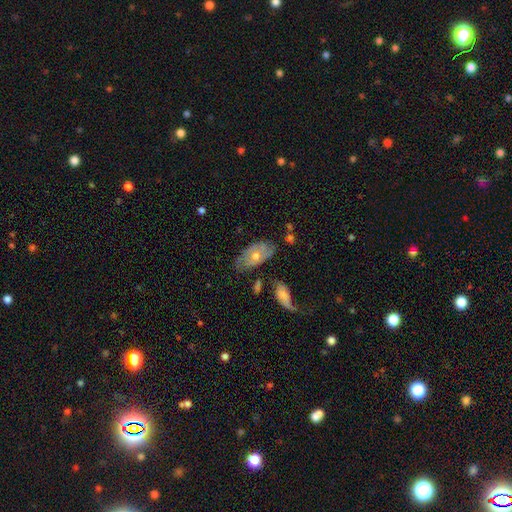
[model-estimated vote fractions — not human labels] The model was most divided on "spiral arms": yes: 62%, no: 38%. More confident: edge-on disk — no (89%); bar — no (81%); bulge size — moderate (63%); smooth or featured — featured or disk (60%); merging — none (56%).